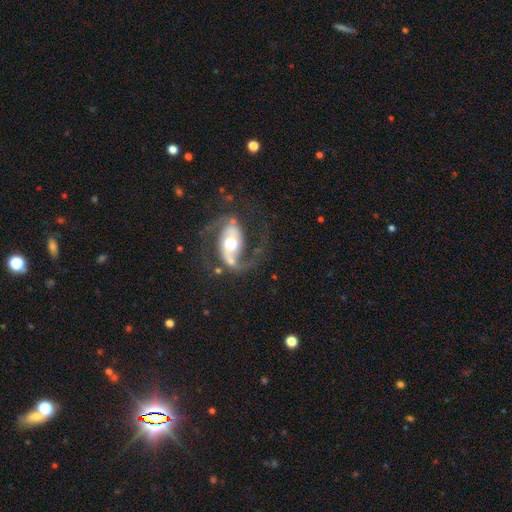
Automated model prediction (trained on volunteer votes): Smooth or featured: featured or disk — 81% (star or artifact — 10%)
Edge-on disk: no — 91% (yes — 9%)
Bar: strong — 40% (weak — 32%)
Spiral arms: yes — 85% (no — 15%)
Spiral winding: medium — 48% (loose — 26%)
Spiral arm count: 2 — 80% (can't tell — 8%)
Bulge size: moderate — 56% (small — 23%)
Merging: none — 66% (major disturbance — 16%)